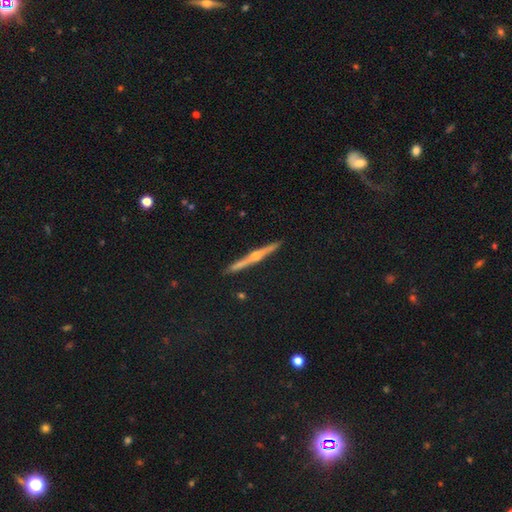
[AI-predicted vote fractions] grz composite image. It shows a featured or disk galaxy (78%) viewed edge-on (98%) with a rounded central bulge (89%). Merging: none (92%).